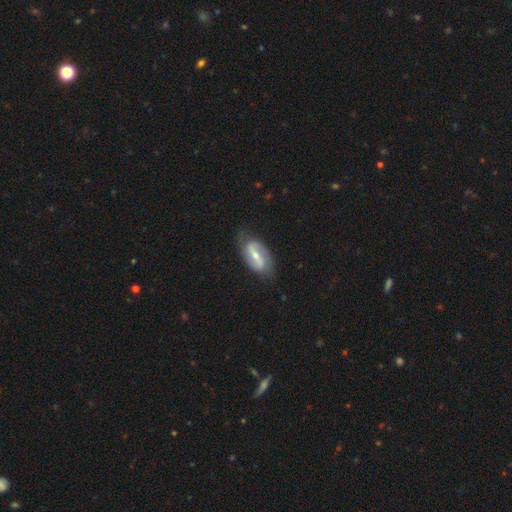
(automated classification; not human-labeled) A featured or disk galaxy (78%) with a strong bar (49%), 2 (90%) loose (53%) spiral arms (88%) and a small central bulge (53%).

Vote fractions:
- Smooth or featured? featured or disk: 78% / smooth: 17% / star or artifact: 5%
- Edge-on disk? no: 95% / yes: 5%
- Bar? strong: 49% / weak: 36% / no: 15%
- Spiral arms? yes: 88% / no: 12%
- Spiral winding? loose: 53% / medium: 33% / tight: 14%
- Spiral arm count? 2: 90% / can't tell: 5% / 1: 2% / 3: 1% / 4: 1% / more than 4: 1%
- Bulge size? small: 53% / moderate: 42% / none: 2% / large: 2% / dominant: 1%
- Merging? none: 74% / minor disturbance: 19% / major disturbance: 5% / merger: 1%